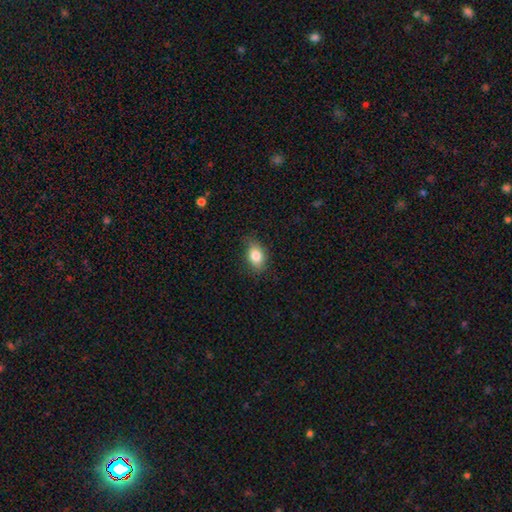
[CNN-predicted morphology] This appears to be a smooth galaxy with no disk features (82%) that is in between round and cigar-shaped (80%). Merging: none (75%).